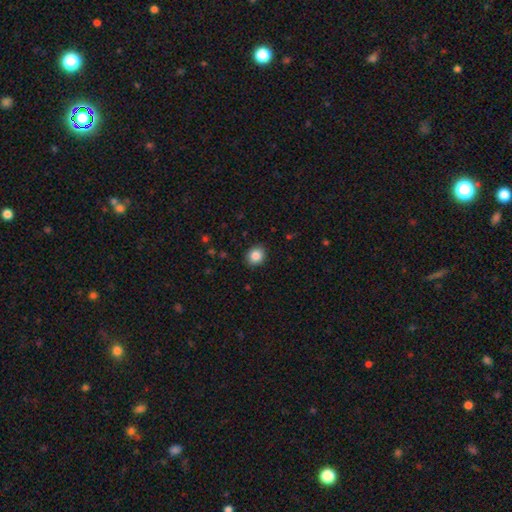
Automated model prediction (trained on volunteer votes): smooth_or_featured: smooth (p=0.86) [alt: star or artifact p=0.09]
how_rounded: round (p=0.71) [alt: in between p=0.28]
merging: none (p=0.90) [alt: minor disturbance p=0.07]